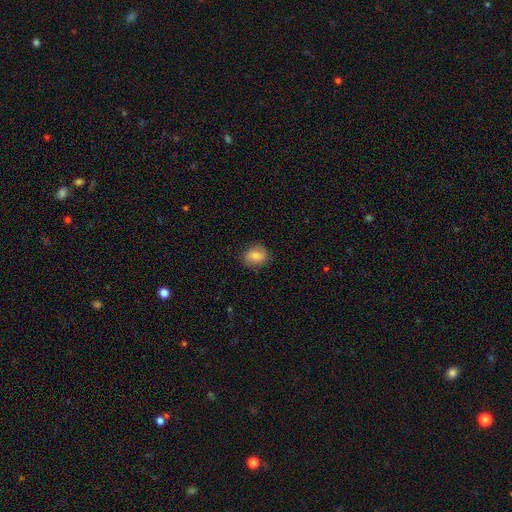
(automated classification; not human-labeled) Smooth or featured?
  - smooth: 76% *
  - featured or disk: 15%
  - star or artifact: 9%
How rounded?
  - round: 54% *
  - in between: 44%
  - cigar-shaped: 1%
Merging?
  - none: 82% *
  - minor disturbance: 13%
  - major disturbance: 4%
  - merger: 1%